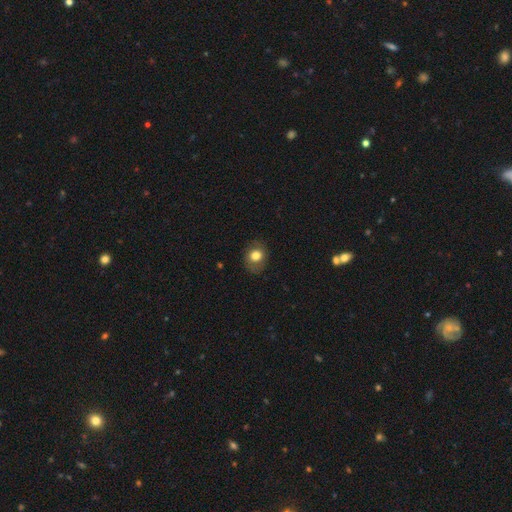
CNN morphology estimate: Smooth or featured? smooth (74%)
How rounded? round (58%)
Merging? none (78%)